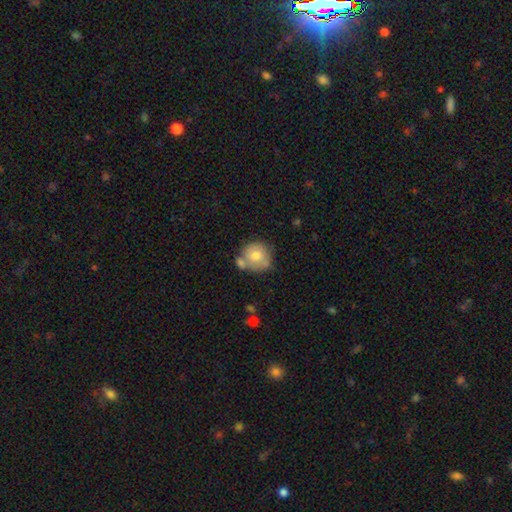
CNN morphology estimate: This is likely a smooth galaxy (67%). How rounded: clearly round (86%). Merging: possibly none (46%).